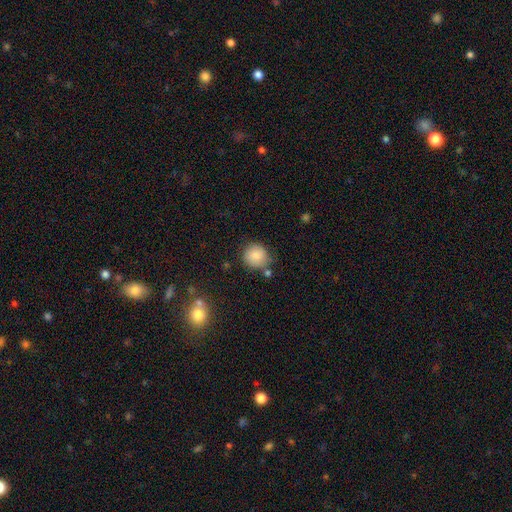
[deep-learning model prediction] smooth_or_featured: smooth (p=0.86) [alt: star or artifact p=0.08]
how_rounded: round (p=0.87) [alt: in between p=0.12]
merging: none (p=0.73) [alt: minor disturbance p=0.16]